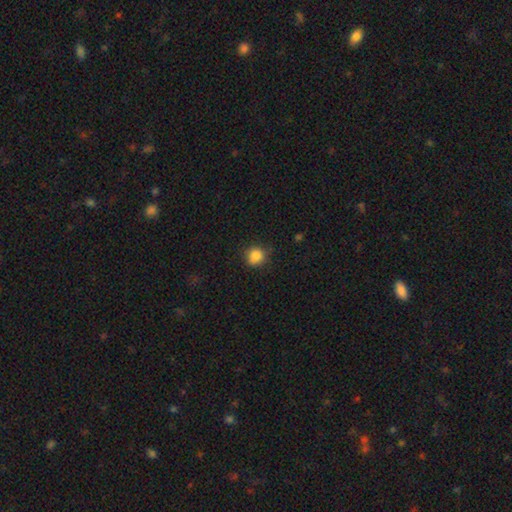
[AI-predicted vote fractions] smooth_or_featured: smooth (p=0.85) [alt: star or artifact p=0.11]
how_rounded: round (p=0.86) [alt: in between p=0.13]
merging: none (p=0.80) [alt: minor disturbance p=0.16]